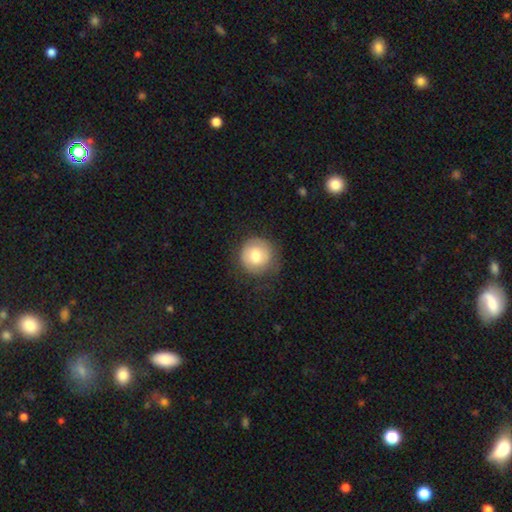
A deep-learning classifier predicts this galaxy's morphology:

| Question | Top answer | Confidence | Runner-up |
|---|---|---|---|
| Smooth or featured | smooth | 69% | featured or disk (23%) |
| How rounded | round | 92% | in between (7%) |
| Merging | none | 73% | minor disturbance (18%) |